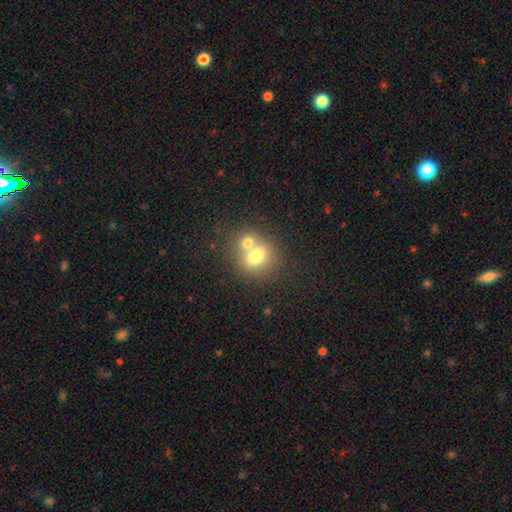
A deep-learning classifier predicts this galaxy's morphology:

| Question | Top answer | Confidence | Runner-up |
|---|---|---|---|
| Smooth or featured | smooth | 70% | featured or disk (19%) |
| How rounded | round | 62% | in between (37%) |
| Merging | merger | 53% | none (36%) |